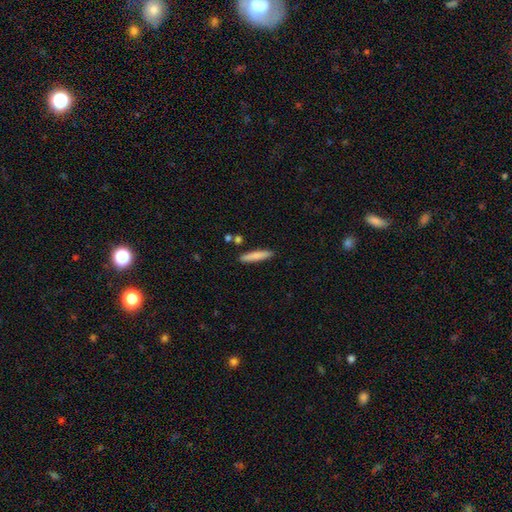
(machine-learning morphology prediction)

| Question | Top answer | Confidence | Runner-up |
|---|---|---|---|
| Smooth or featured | smooth | 80% | featured or disk (14%) |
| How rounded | cigar-shaped | 90% | in between (9%) |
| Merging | none | 87% | minor disturbance (8%) |